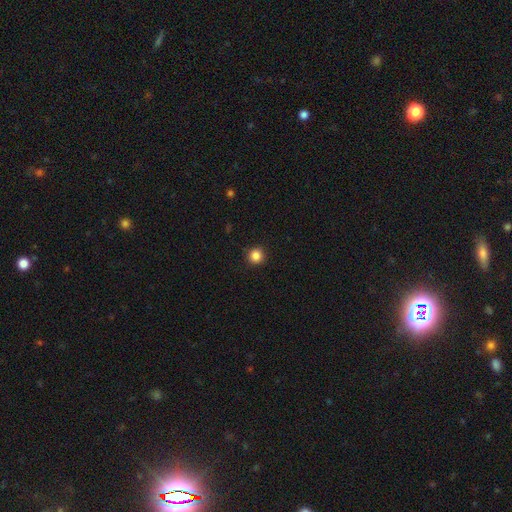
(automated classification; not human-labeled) smooth-or-featured: smooth: 85% | star or artifact: 11% | featured or disk: 3%
  how-rounded: round: 95% | in between: 4% | cigar-shaped: 1%
  merging: none: 92% | minor disturbance: 5% | major disturbance: 2% | merger: 1%